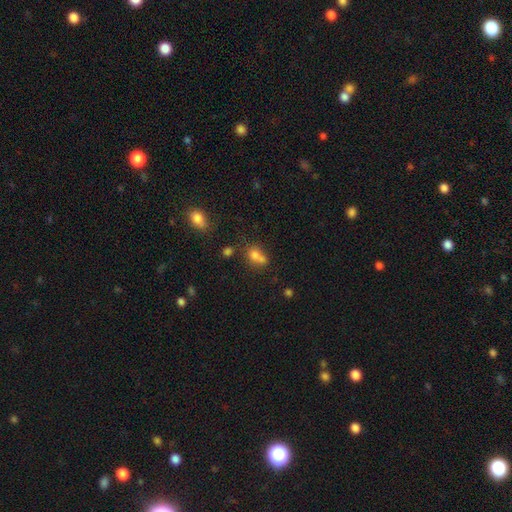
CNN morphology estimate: Q: Smooth or featured?
A: smooth (73%); runner-up: star or artifact (14%)
Q: How rounded?
A: in between (50%); runner-up: round (47%)
Q: Merging?
A: merger (50%); runner-up: none (32%)